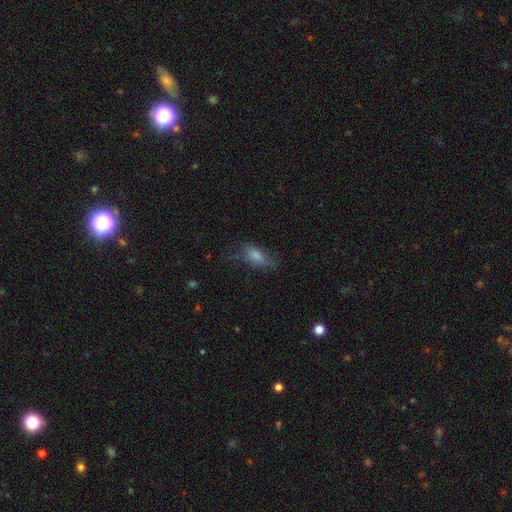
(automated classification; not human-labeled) Q: Smooth or featured?
A: smooth (77%); runner-up: featured or disk (14%)
Q: How rounded?
A: in between (85%); runner-up: cigar-shaped (11%)
Q: Merging?
A: none (55%); runner-up: minor disturbance (28%)